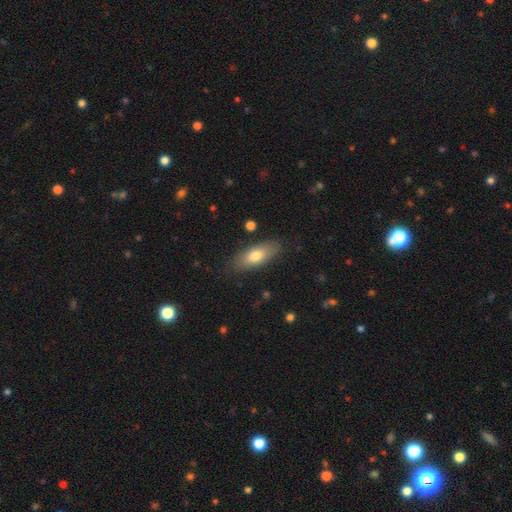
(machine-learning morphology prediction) The model was most divided on "smooth or featured": smooth: 74%, featured or disk: 20%, star or artifact: 6%. More confident: merging — none (83%); how rounded — in between (78%).